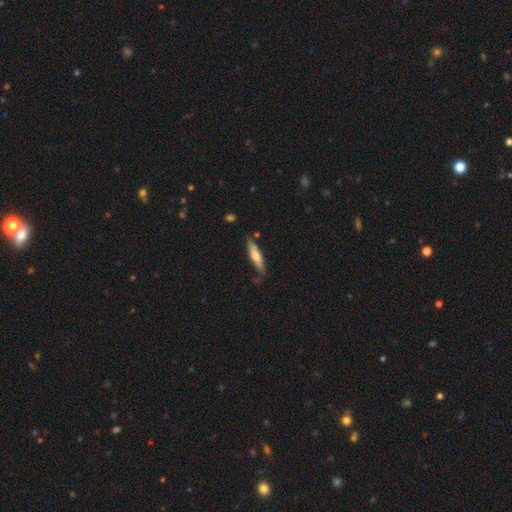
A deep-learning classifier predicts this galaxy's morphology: This is likely a smooth galaxy (66%). How rounded: clearly cigar-shaped (81%). Merging: likely none (77%).